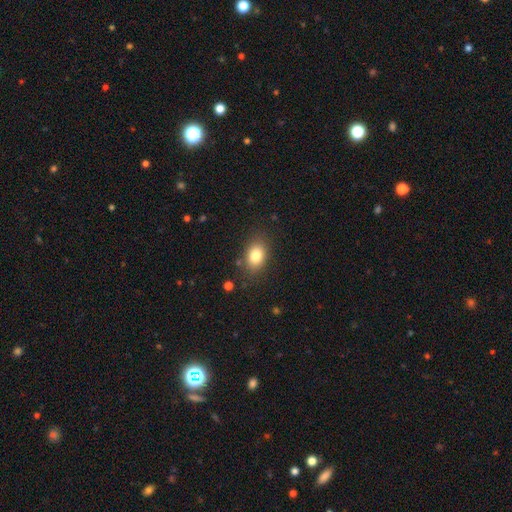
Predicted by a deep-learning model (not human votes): Overall: smooth (81%). How rounded: in between (76%). Merging: none (82%).